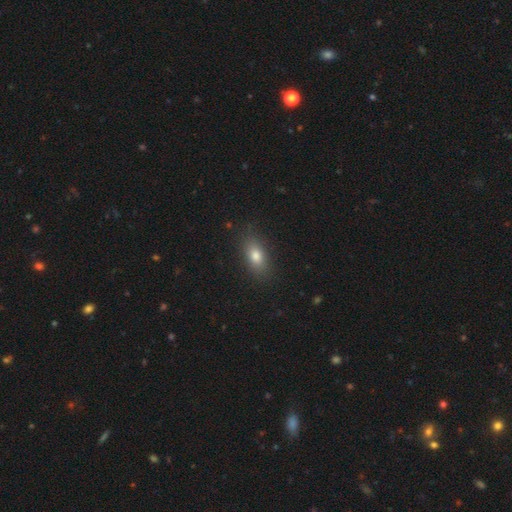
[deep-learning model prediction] Morphology: type=smooth (79%); roundness=in between (81%); merging=none (84%).